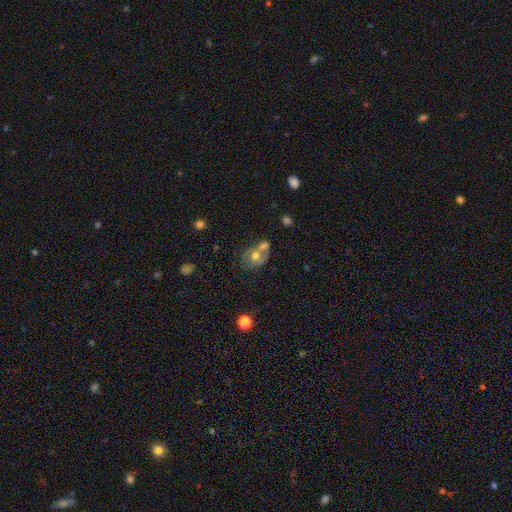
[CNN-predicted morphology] smooth-or-featured: featured or disk: 53% | smooth: 37% | star or artifact: 10%
  disk-edge-on: no: 96% | yes: 4%
    bar: no: 78% | weak: 18% | strong: 4%
    has-spiral-arms: yes: 57% | no: 43%
    bulge-size: moderate: 69% | small: 15% | large: 12% | none: 3% | dominant: 2%
  merging: merger: 47% | none: 29% | minor disturbance: 14% | major disturbance: 11%